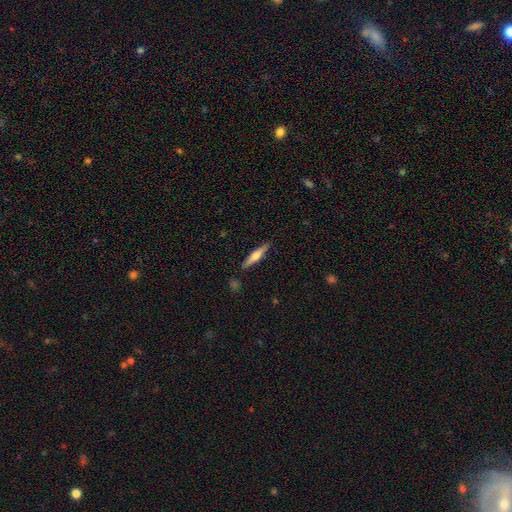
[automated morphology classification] type=featured or disk (54%); edge-on=yes (97%); edge-on bulge=rounded (88%); merging=none (89%).